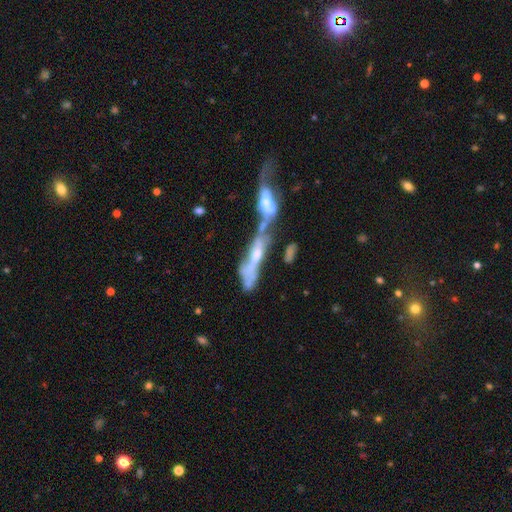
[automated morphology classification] type=featured or disk (66%); edge-on=no (59%); merging=merger (68%).